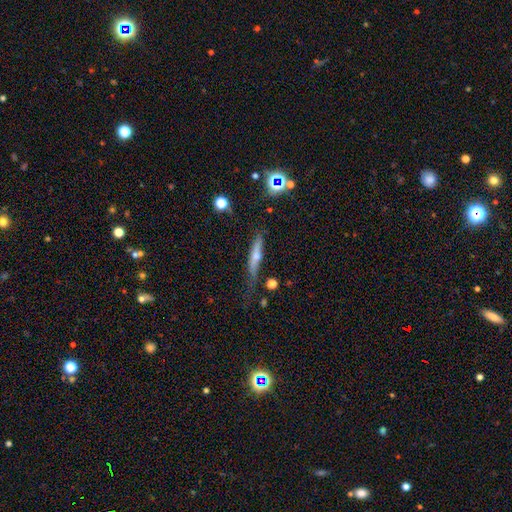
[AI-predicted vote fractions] This appears to be a smooth galaxy with no disk features (53%) that is cigar-shaped (87%). Merging: none (58%).